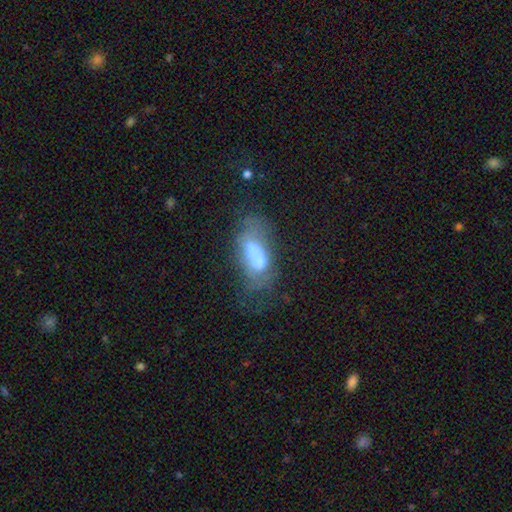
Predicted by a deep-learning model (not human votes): A smooth galaxy with no disk features (49%). Merging: major disturbance (32%).